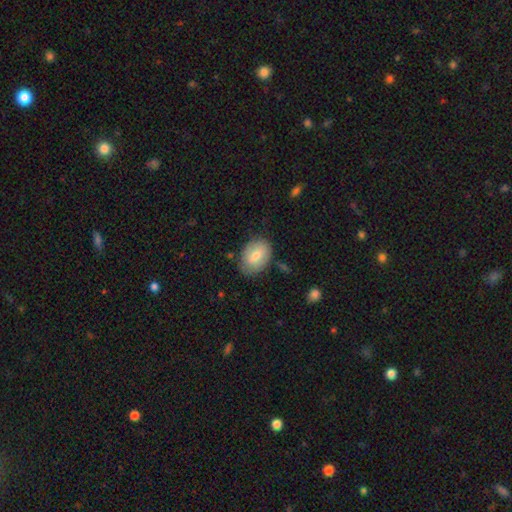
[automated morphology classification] A smooth galaxy with no disk features (72%) that is in between round and cigar-shaped (77%).

Vote fractions:
- Smooth or featured? smooth: 72% / featured or disk: 21% / star or artifact: 7%
- How rounded? in between: 77% / round: 22% / cigar-shaped: 1%
- Merging? none: 78% / minor disturbance: 17% / major disturbance: 3% / merger: 2%